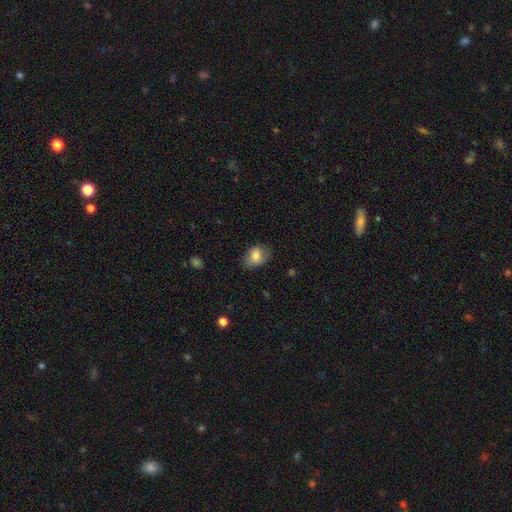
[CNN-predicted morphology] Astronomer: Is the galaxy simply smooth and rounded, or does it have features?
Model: smooth — 80%.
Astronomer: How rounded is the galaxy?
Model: in between — 68%.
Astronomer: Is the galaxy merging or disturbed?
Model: none — 67%.